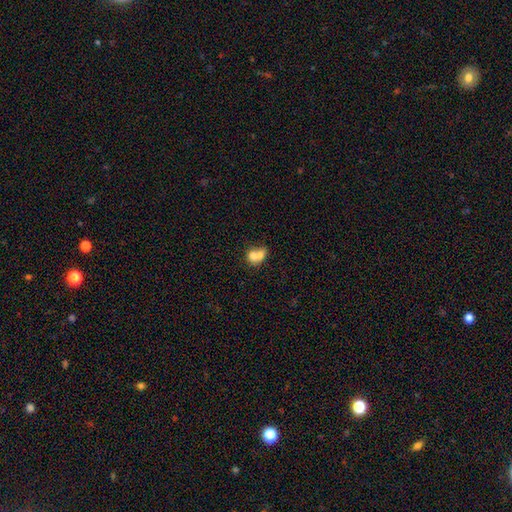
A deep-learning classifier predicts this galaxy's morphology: type=smooth (69%); roundness=round (56%); merging=merger (69%).